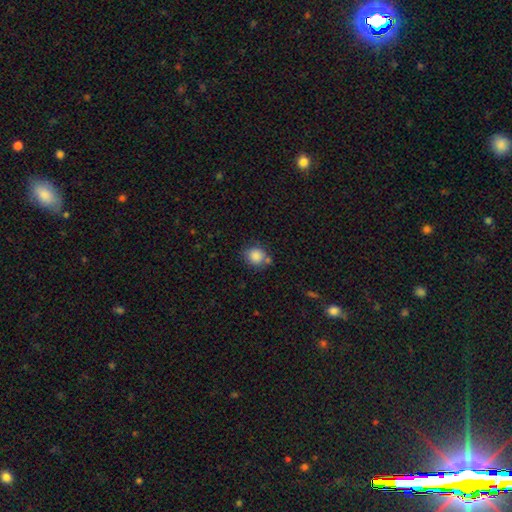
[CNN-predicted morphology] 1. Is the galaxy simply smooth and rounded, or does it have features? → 86% smooth, 9% star or artifact, 5% featured or disk.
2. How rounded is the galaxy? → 78% round, 21% in between, 1% cigar-shaped.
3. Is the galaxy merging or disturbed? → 69% none, 16% minor disturbance, 11% merger, 4% major disturbance.